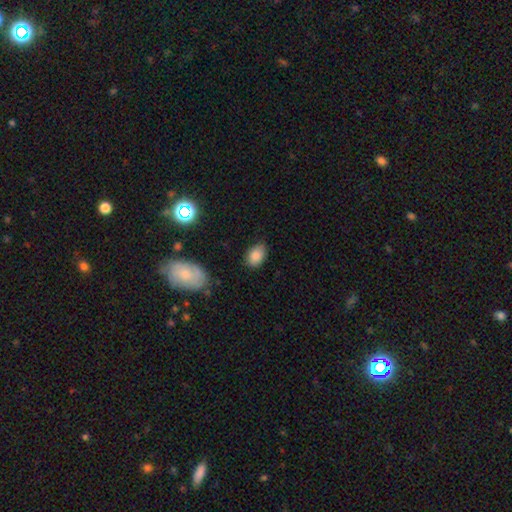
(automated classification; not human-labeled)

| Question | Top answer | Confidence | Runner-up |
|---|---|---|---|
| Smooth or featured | smooth | 85% | star or artifact (9%) |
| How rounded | in between | 83% | round (15%) |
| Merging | none | 76% | minor disturbance (19%) |